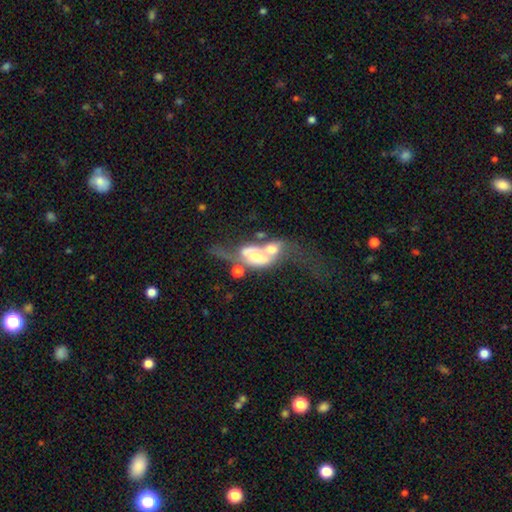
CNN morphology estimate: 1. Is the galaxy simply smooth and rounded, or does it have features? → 60% featured or disk, 31% smooth, 9% star or artifact.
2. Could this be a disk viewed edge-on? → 91% no, 9% yes.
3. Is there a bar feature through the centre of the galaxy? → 61% no, 24% weak, 14% strong.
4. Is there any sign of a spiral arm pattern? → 51% yes, 49% no.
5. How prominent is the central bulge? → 44% moderate, 24% large, 18% small, 8% none, 5% dominant.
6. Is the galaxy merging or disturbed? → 63% merger, 19% major disturbance, 10% none, 7% minor disturbance.